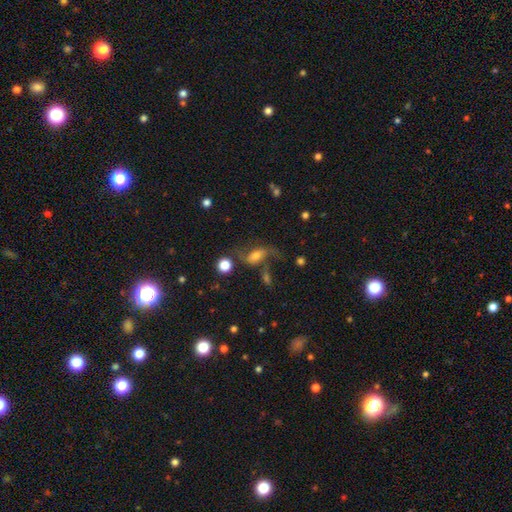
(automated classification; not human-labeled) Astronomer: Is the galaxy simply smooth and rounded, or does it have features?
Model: featured or disk — 52% (runner-up: smooth, 34%).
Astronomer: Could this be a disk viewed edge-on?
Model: no — 92%.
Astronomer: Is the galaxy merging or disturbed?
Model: none — 43% (runner-up: major disturbance, 26%).